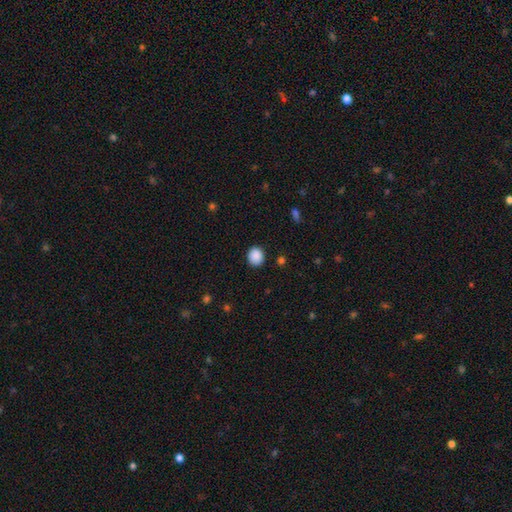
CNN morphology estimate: This is clearly a smooth galaxy (89%). How rounded: likely round (79%). Merging: clearly none (90%).